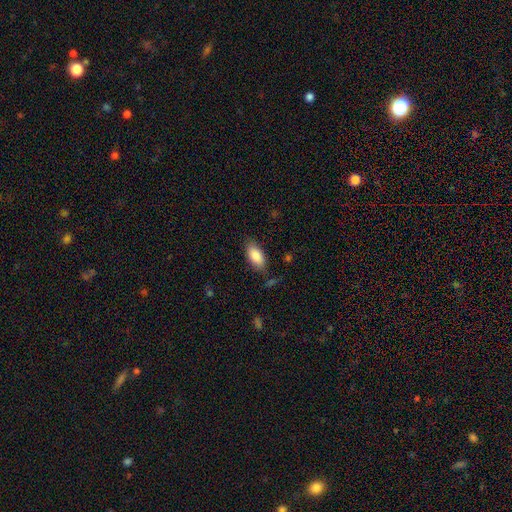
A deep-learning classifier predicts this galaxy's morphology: smooth 87%, featured or disk 7%, star or artifact 7%. Down the decision tree: how rounded — in between (91%); merging — none (79%).